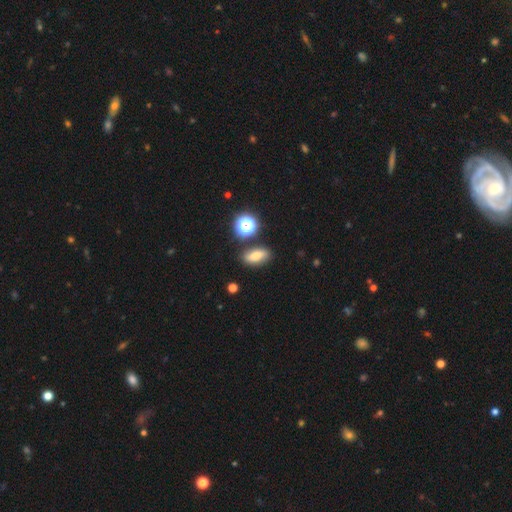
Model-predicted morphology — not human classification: This appears to be a smooth galaxy with no disk features (68%) that is in between round and cigar-shaped (74%). Merging: none (80%).